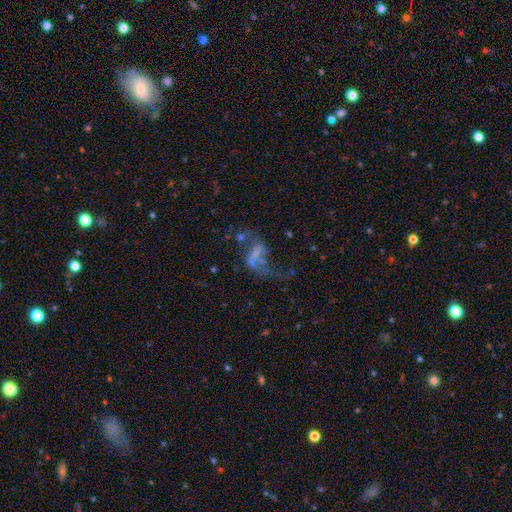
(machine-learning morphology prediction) This appears to be a featured or disk galaxy (58%) with no bar (49%), spiral arms (52%) and no central bulge (67%). Merging: major disturbance (47%).